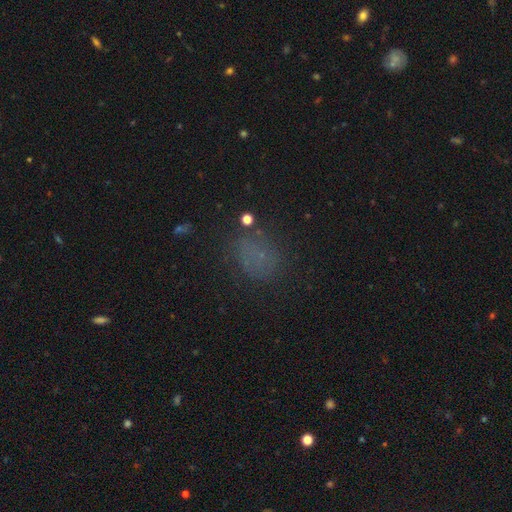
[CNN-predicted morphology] Overall: smooth (58%; star or artifact 29%). How rounded: in between (51%; round 48%). Merging: none (67%).